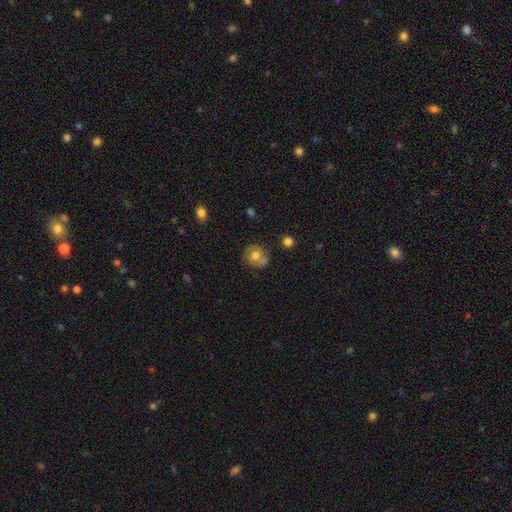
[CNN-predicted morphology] Overall: smooth (64%; featured or disk 26%). How rounded: round (80%). Merging: none (62%).